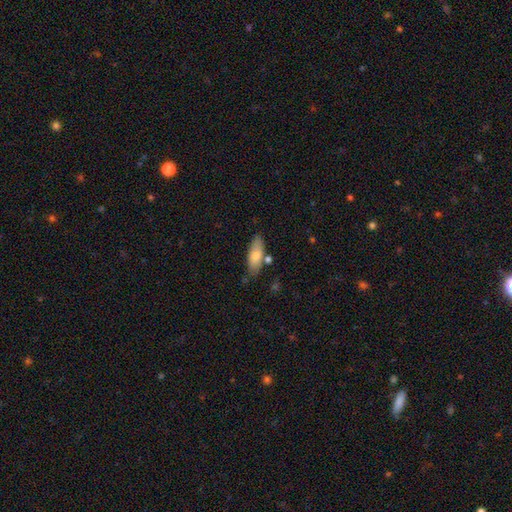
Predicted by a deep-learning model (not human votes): smooth_or_featured: smooth (p=0.77) [alt: featured or disk p=0.17]
how_rounded: in between (p=0.71) [alt: cigar-shaped p=0.27]
merging: none (p=0.72) [alt: minor disturbance p=0.17]